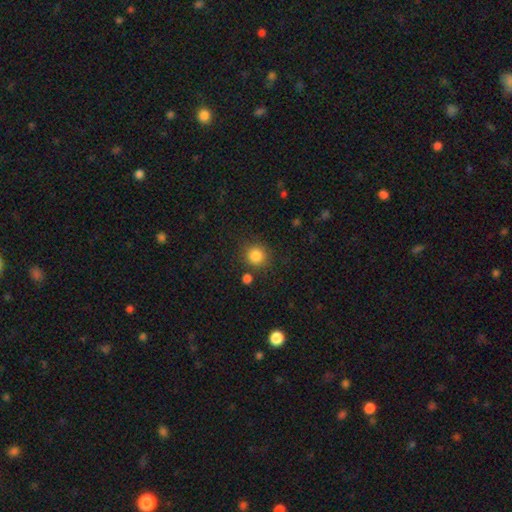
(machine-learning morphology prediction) The model was most divided on "merging": none: 81%, minor disturbance: 10%, merger: 6%, major disturbance: 4%. More confident: how rounded — round (90%); smooth or featured — smooth (85%).